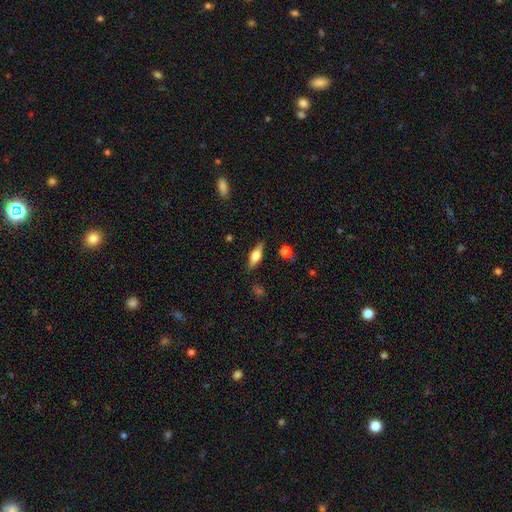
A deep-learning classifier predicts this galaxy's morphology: type=smooth (49%); merging=none (83%).